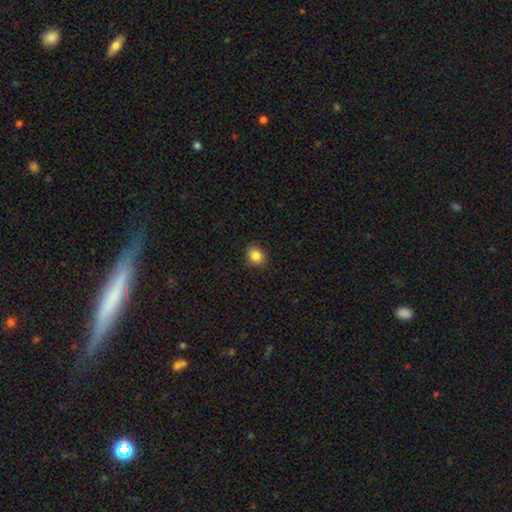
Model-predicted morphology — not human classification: The model was most divided on "how rounded": round: 60%, in between: 39%, cigar-shaped: 1%. More confident: merging — none (89%); smooth or featured — smooth (85%).